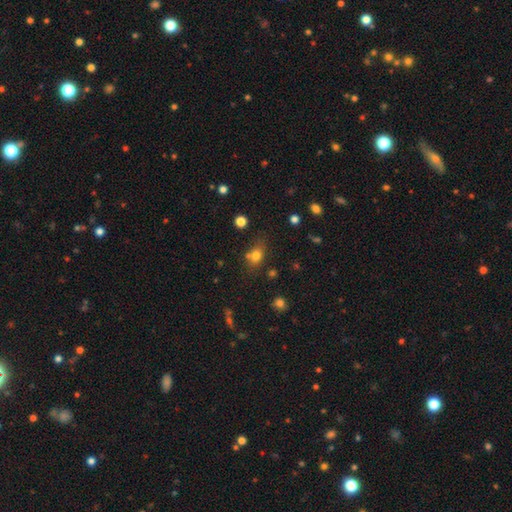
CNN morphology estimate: Q: Smooth or featured?
A: smooth (75%); runner-up: star or artifact (14%)
Q: How rounded?
A: in between (59%); runner-up: round (39%)
Q: Merging?
A: none (60%); runner-up: minor disturbance (18%)